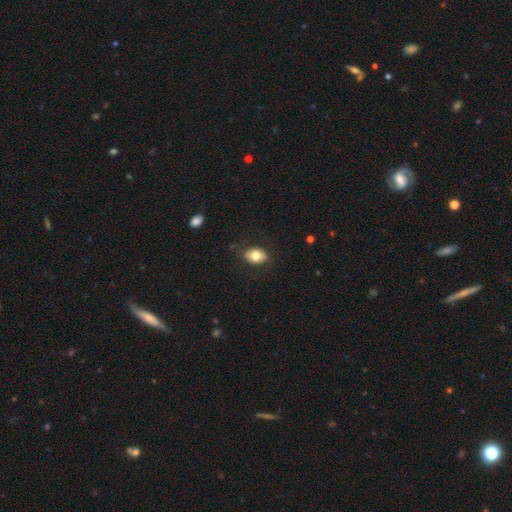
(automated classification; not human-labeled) A smooth galaxy with no disk features (78%) that is in between round and cigar-shaped (71%). Merging: none (83%).